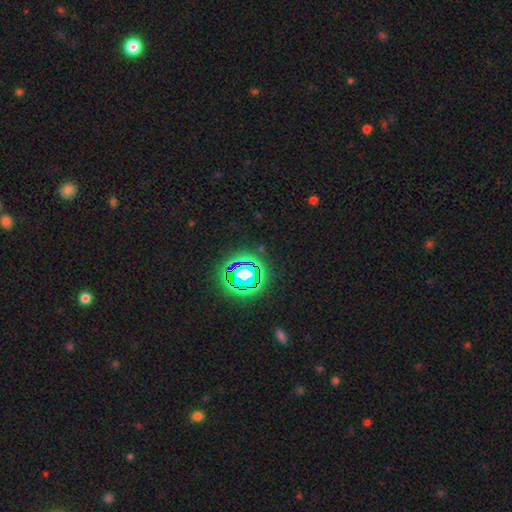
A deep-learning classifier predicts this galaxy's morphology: Overall: star or artifact (80%).